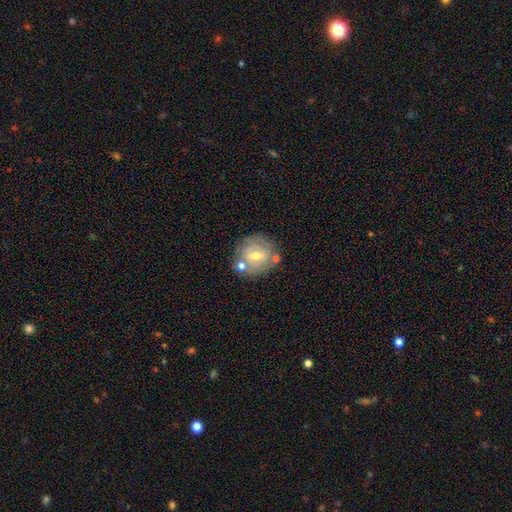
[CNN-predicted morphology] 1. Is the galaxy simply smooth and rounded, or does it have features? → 53% featured or disk, 39% smooth, 8% star or artifact.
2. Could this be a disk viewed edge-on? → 95% no, 5% yes.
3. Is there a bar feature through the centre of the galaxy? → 48% weak, 33% no, 18% strong.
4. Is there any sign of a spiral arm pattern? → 55% no, 45% yes.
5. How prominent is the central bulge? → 58% moderate, 37% small, 3% large, 1% none, 1% dominant.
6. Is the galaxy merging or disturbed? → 65% none, 16% minor disturbance, 13% merger, 6% major disturbance.